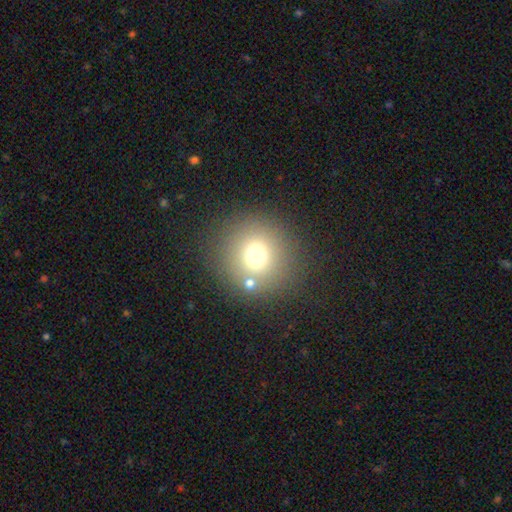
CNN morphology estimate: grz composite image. It shows a smooth galaxy with no disk features (72%) that is round (92%). Merging: none (82%).